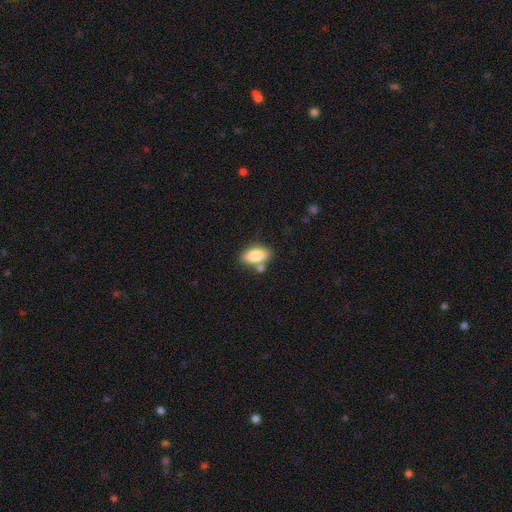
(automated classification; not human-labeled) This is clearly a smooth galaxy (83%). How rounded: clearly in between (88%). Merging: likely none (66%).